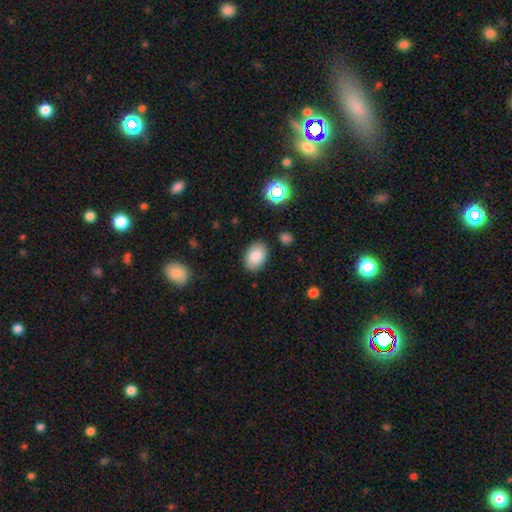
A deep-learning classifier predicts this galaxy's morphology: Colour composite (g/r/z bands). It shows a smooth galaxy with no disk features (84%) that is in between round and cigar-shaped (86%). Merging: none (85%).